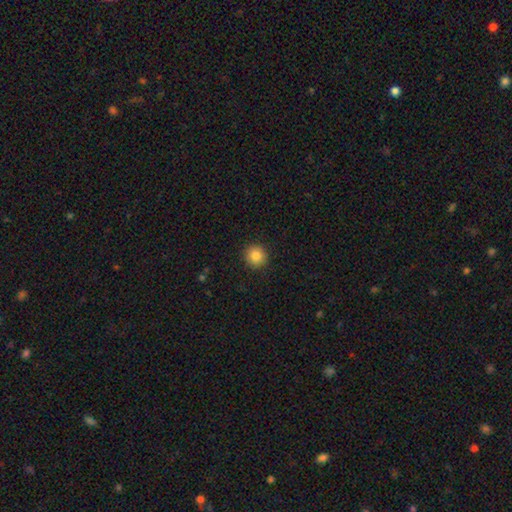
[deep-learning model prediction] smooth_or_featured: smooth (p=0.85) [alt: star or artifact p=0.10]
how_rounded: round (p=0.94) [alt: in between p=0.05]
merging: none (p=0.92) [alt: minor disturbance p=0.05]